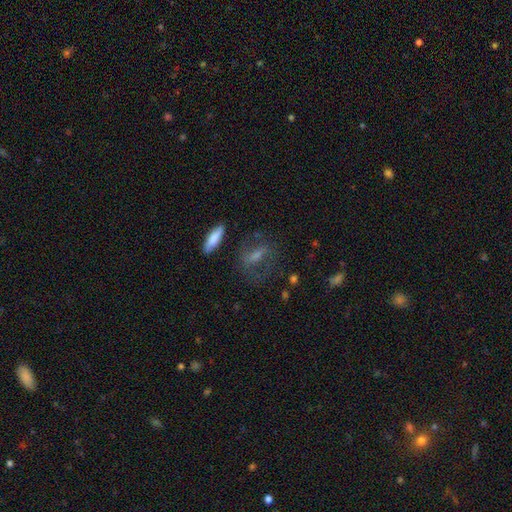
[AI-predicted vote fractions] Morphology: type=featured or disk (44%); merging=none (63%).